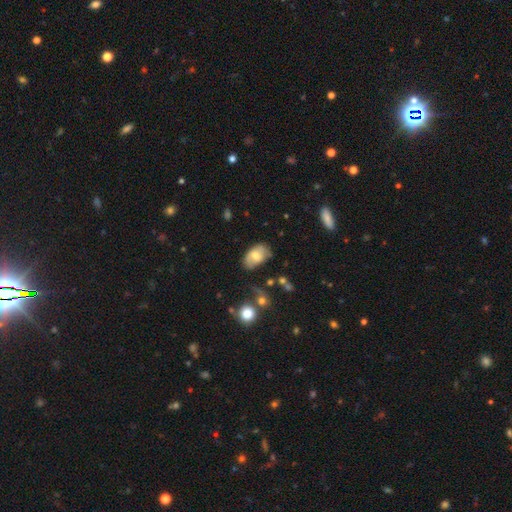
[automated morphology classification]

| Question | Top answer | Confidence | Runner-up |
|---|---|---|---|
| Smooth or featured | smooth | 61% | featured or disk (31%) |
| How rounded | in between | 91% | round (8%) |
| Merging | none | 55% | minor disturbance (30%) |